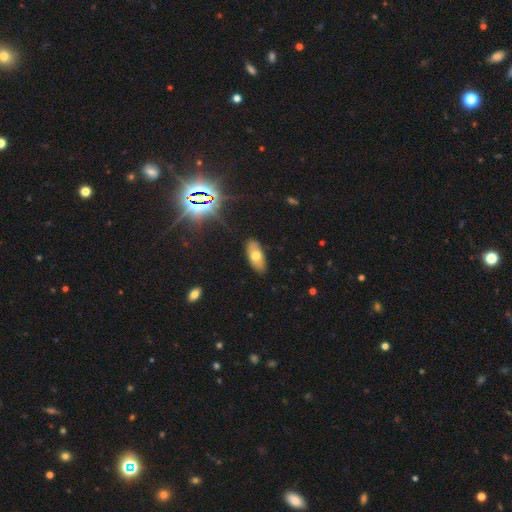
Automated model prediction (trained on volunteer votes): Smooth or featured? Predicted: smooth (p=0.63). How rounded? Predicted: in between (p=0.86). Merging? Predicted: none (p=0.84).